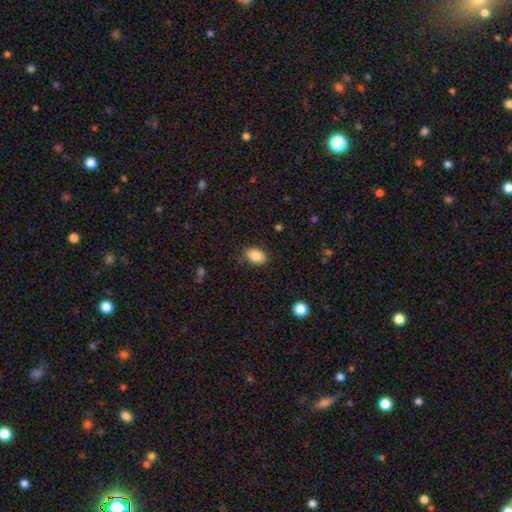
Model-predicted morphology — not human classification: This is clearly a smooth galaxy (86%). How rounded: clearly in between (84%). Merging: clearly none (83%).